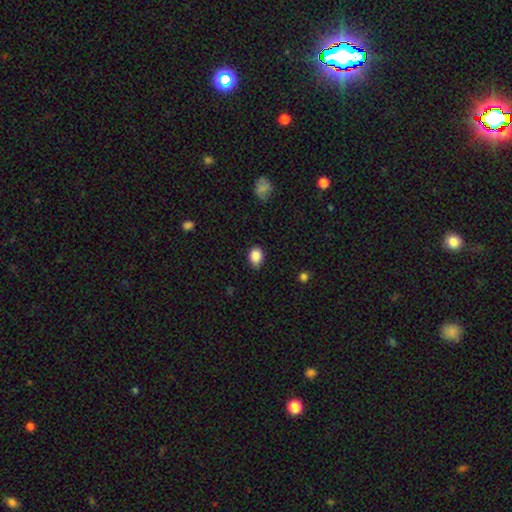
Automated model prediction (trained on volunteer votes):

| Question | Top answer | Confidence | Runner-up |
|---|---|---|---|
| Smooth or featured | smooth | 88% | star or artifact (9%) |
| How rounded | in between | 62% | round (37%) |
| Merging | none | 77% | minor disturbance (19%) |